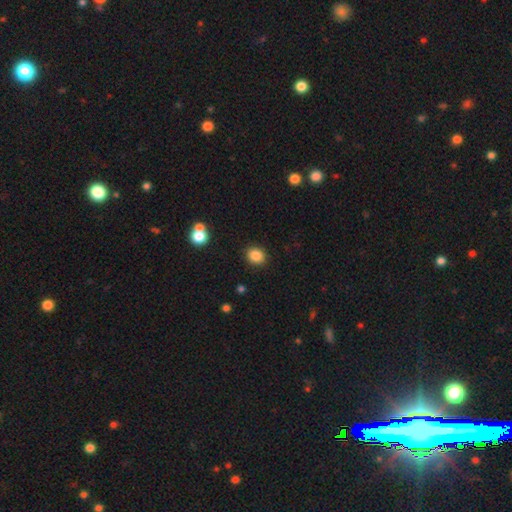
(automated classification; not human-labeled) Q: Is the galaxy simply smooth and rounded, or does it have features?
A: smooth — 85%.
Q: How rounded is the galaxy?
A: round — 70%.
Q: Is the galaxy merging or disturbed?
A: none — 89%.